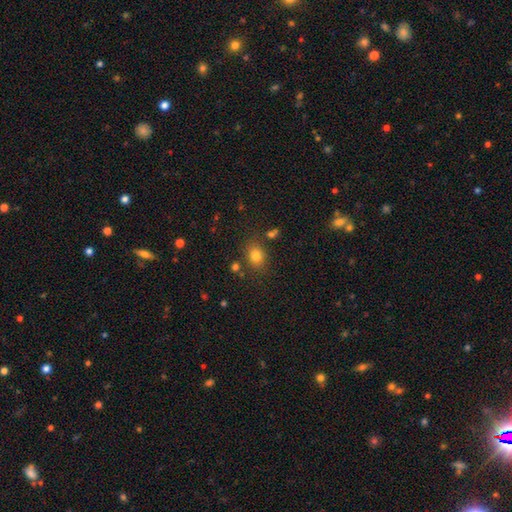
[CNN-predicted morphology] Smooth or featured? Predicted: smooth (p=0.79). How rounded? Predicted: round (p=0.52). Merging? Predicted: none (p=0.77).